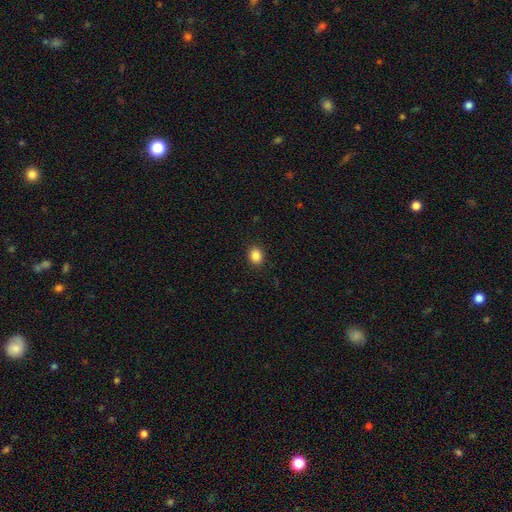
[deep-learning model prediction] smooth_or_featured: smooth (p=0.86) [alt: star or artifact p=0.10]
how_rounded: round (p=0.65) [alt: in between p=0.34]
merging: none (p=0.91) [alt: minor disturbance p=0.06]